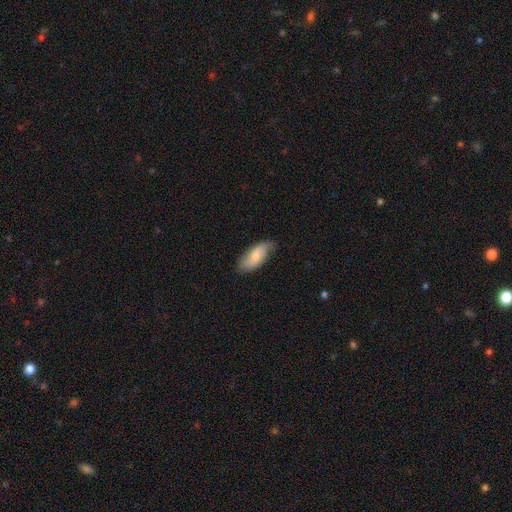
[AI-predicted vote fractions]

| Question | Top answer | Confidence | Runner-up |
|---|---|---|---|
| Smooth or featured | smooth | 64% | featured or disk (30%) |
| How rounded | in between | 87% | cigar-shaped (11%) |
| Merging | none | 74% | minor disturbance (22%) |